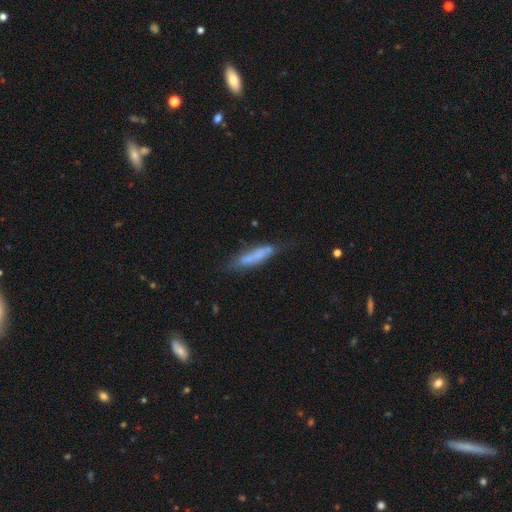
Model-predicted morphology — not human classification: Smooth or featured?
  - smooth: 60% *
  - featured or disk: 31%
  - star or artifact: 8%
How rounded?
  - cigar-shaped: 80% *
  - in between: 18%
  - round: 2%
Merging?
  - none: 53% *
  - minor disturbance: 29%
  - major disturbance: 12%
  - merger: 6%